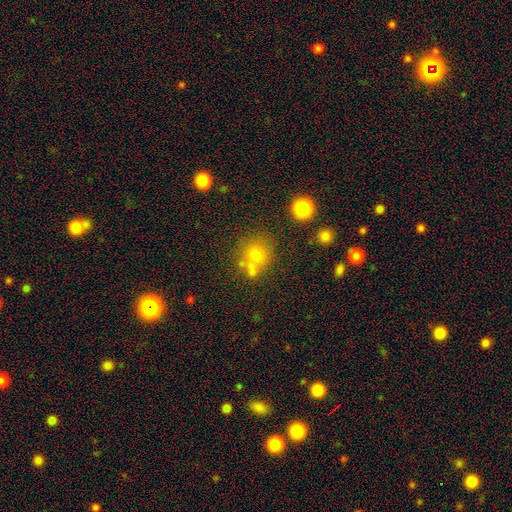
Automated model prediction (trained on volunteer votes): A smooth galaxy with no disk features (70%) that is round (84%).

Vote fractions:
- Smooth or featured? smooth: 70% / star or artifact: 18% / featured or disk: 13%
- How rounded? round: 84% / in between: 15% / cigar-shaped: 1%
- Merging? none: 58% / merger: 25% / minor disturbance: 12% / major disturbance: 5%